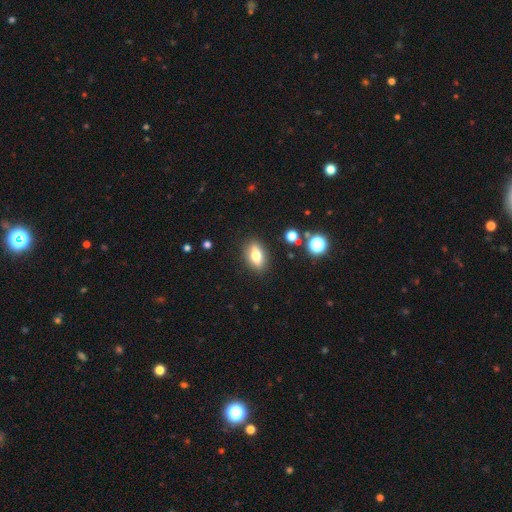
A smooth galaxy with no disk features (71%) that is in between round and cigar-shaped (81%). Merging: none (86%).